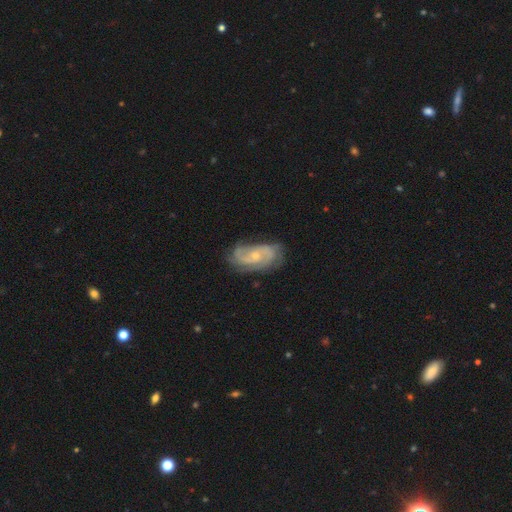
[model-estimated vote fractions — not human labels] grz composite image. It shows a featured or disk galaxy (81%) with no bar (64%), 2 (45%) medium (43%) spiral arms (94%) and a small central bulge (59%). Merging: none (69%).